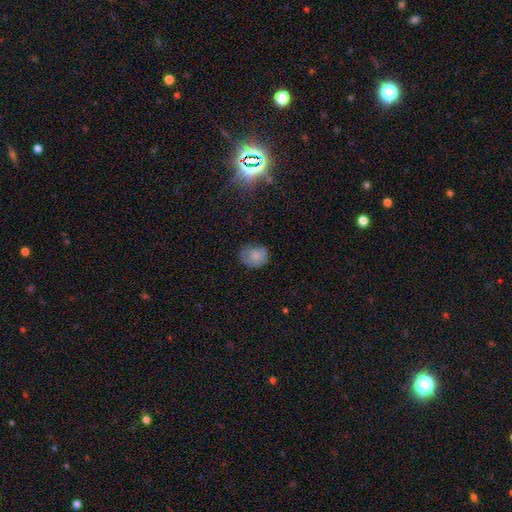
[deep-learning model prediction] Smooth or featured? Predicted: smooth (p=0.76). How rounded? Predicted: round (p=0.55). Merging? Predicted: none (p=0.63).